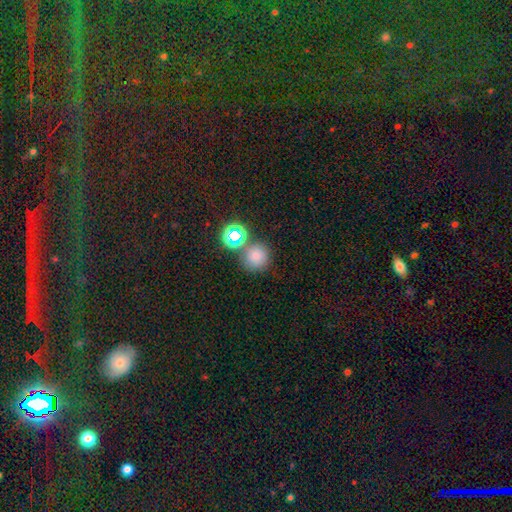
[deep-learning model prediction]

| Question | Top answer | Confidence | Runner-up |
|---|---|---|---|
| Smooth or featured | smooth | 73% | star or artifact (20%) |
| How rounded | round | 91% | in between (9%) |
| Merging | none | 71% | merger (17%) |